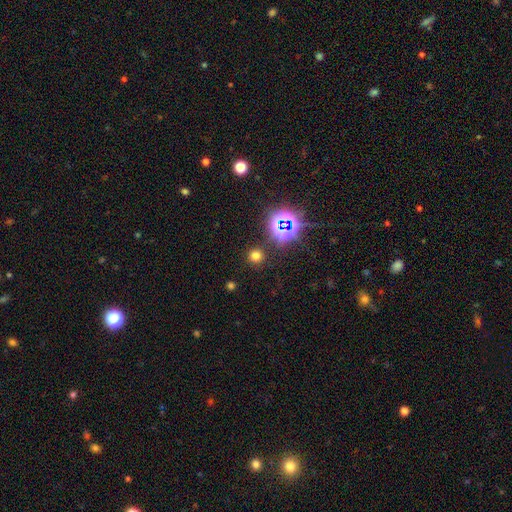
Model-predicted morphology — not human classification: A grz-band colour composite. It shows a smooth galaxy with no disk features (66%) that is round (92%). Merging: none (88%).